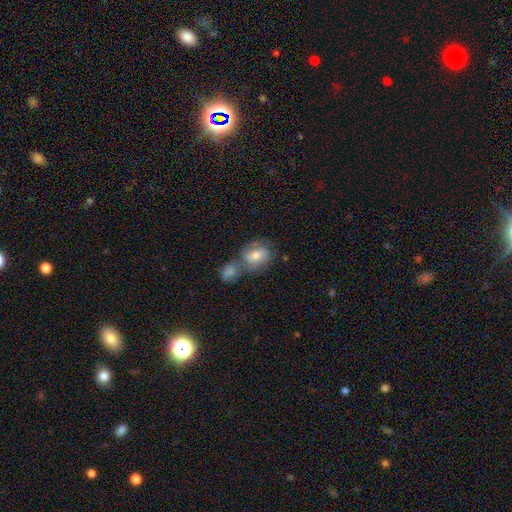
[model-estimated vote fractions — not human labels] Smooth or featured?
  - smooth: 64% *
  - featured or disk: 27%
  - star or artifact: 9%
How rounded?
  - in between: 58% *
  - round: 41%
  - cigar-shaped: 2%
Merging?
  - merger: 46% *
  - none: 35%
  - minor disturbance: 13%
  - major disturbance: 7%